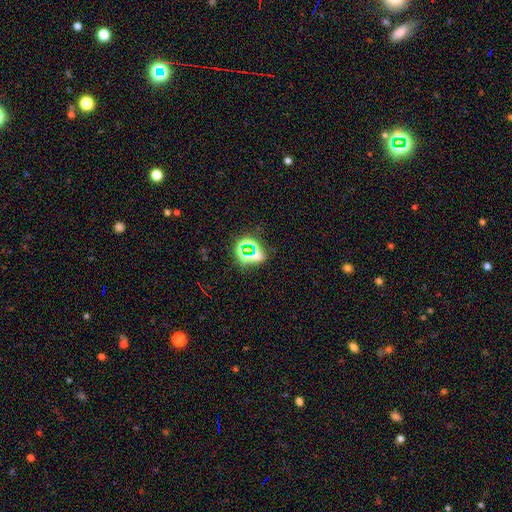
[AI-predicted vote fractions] Smooth or featured? Predicted: star or artifact (p=0.65).